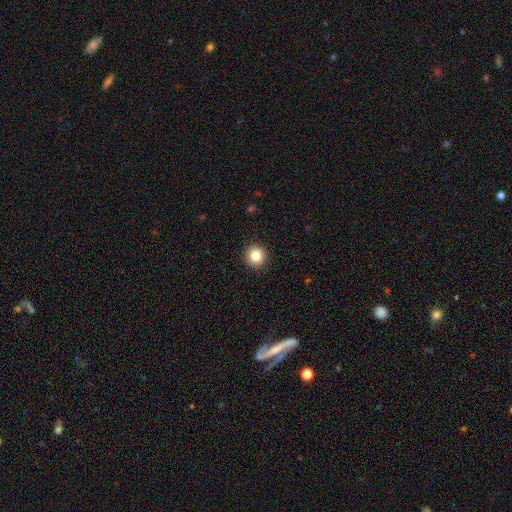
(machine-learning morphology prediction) Smooth or featured? Predicted: smooth (p=0.83). How rounded? Predicted: round (p=0.95). Merging? Predicted: none (p=0.93).